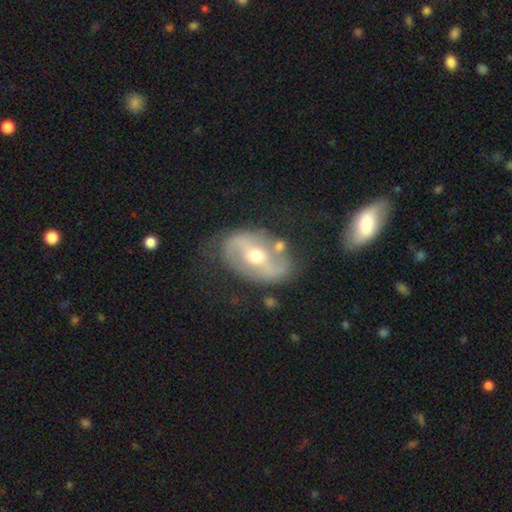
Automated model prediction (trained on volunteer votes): Smooth or featured?
  - featured or disk: 74% *
  - smooth: 20%
  - star or artifact: 6%
Edge-on disk?
  - no: 94% *
  - yes: 6%
Bar?
  - strong: 39% *
  - weak: 34%
  - no: 27%
Spiral arms?
  - yes: 62% *
  - no: 38%
Bulge size?
  - moderate: 74% *
  - small: 17%
  - large: 7%
  - dominant: 1%
  - none: 1%
Merging?
  - none: 71% *
  - minor disturbance: 16%
  - major disturbance: 9%
  - merger: 4%